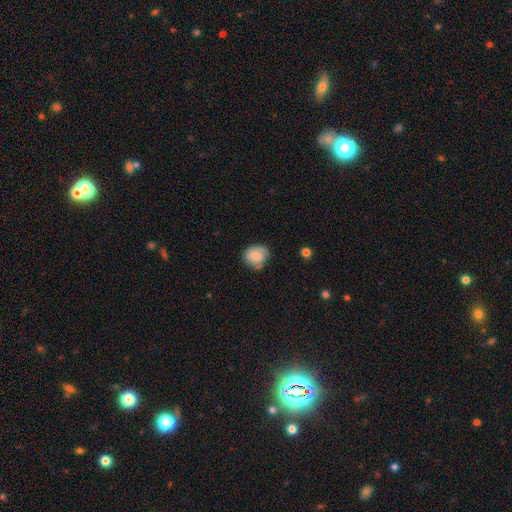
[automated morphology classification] Overall: smooth (71%). How rounded: round (70%). Merging: none (60%; minor disturbance 30%).